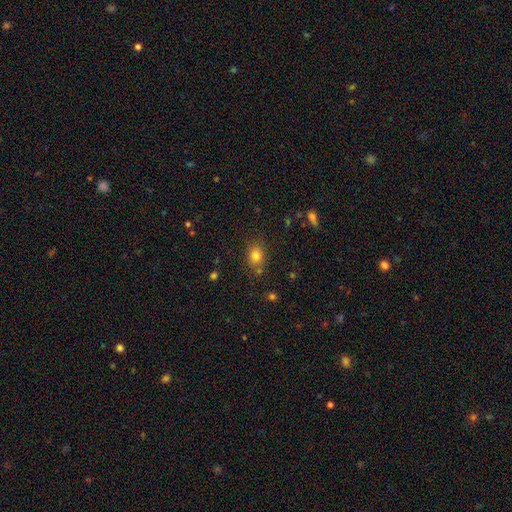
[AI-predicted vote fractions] A smooth galaxy with no disk features (80%) that is in between round and cigar-shaped (51%). Merging: none (76%).